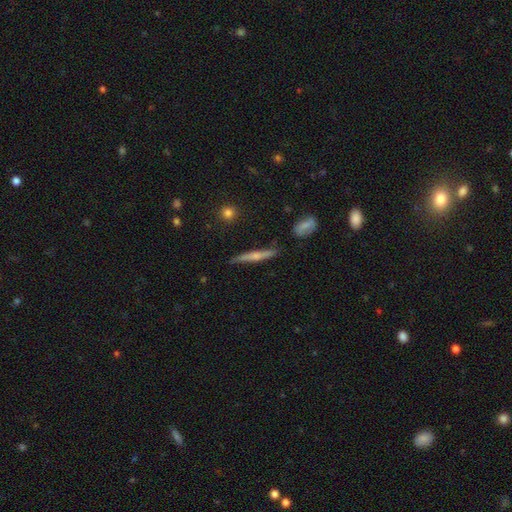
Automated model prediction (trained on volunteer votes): Smooth or featured? Predicted: featured or disk (p=0.53). Edge-on disk? Predicted: yes (p=0.95). Edge-on bulge? Predicted: rounded (p=0.59). Merging? Predicted: none (p=0.83).